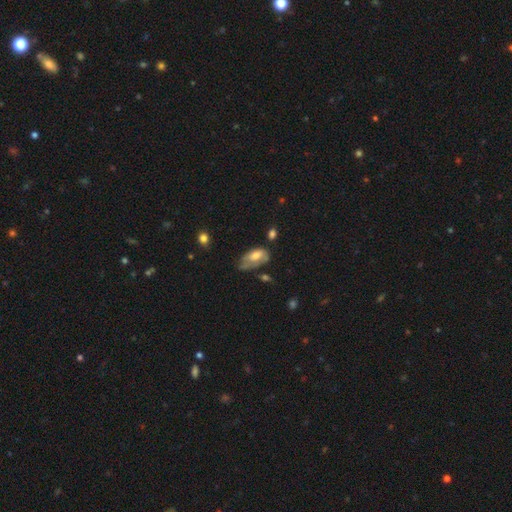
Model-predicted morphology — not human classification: A smooth galaxy with no disk features (61%) that is in between round and cigar-shaped (91%).

Vote fractions:
- Smooth or featured? smooth: 61% / featured or disk: 32% / star or artifact: 7%
- How rounded? in between: 91% / cigar-shaped: 4% / round: 4%
- Merging? minor disturbance: 39% / none: 30% / major disturbance: 26% / merger: 5%